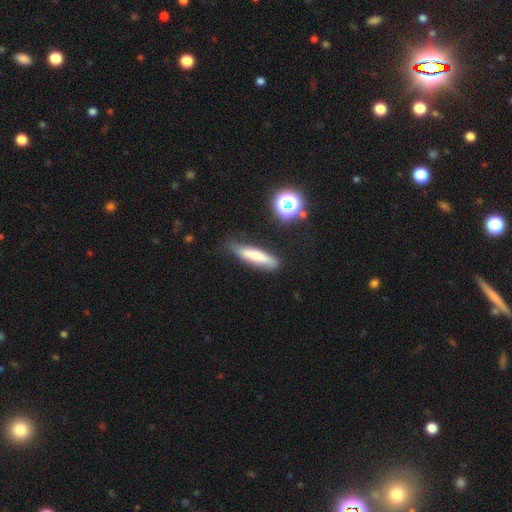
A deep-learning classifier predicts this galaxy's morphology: smooth 66%, featured or disk 25%, star or artifact 9%. Down the decision tree: how rounded — cigar-shaped (79%); merging — none (71%).